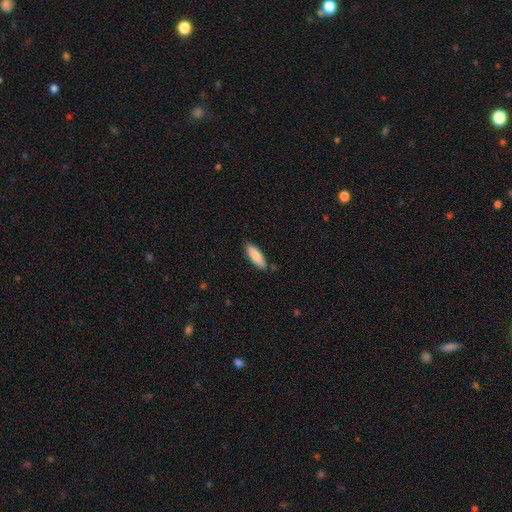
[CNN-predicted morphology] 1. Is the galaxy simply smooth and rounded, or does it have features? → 84% smooth, 10% featured or disk, 6% star or artifact.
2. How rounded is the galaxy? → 52% in between, 47% cigar-shaped, 1% round.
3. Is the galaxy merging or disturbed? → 86% none, 11% minor disturbance, 2% major disturbance, 2% merger.